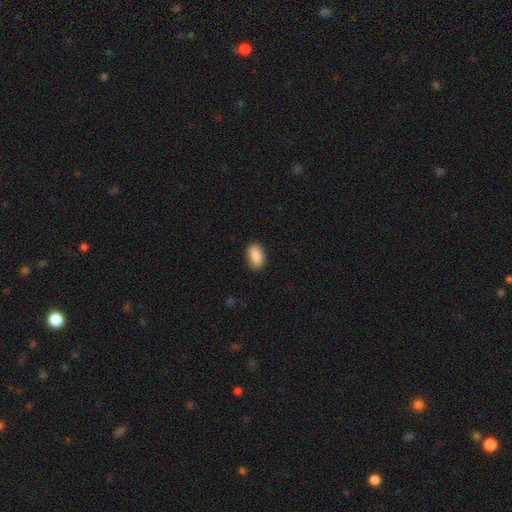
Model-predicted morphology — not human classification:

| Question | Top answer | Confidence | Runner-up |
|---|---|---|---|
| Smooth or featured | smooth | 88% | star or artifact (7%) |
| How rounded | in between | 91% | round (6%) |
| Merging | none | 84% | minor disturbance (12%) |